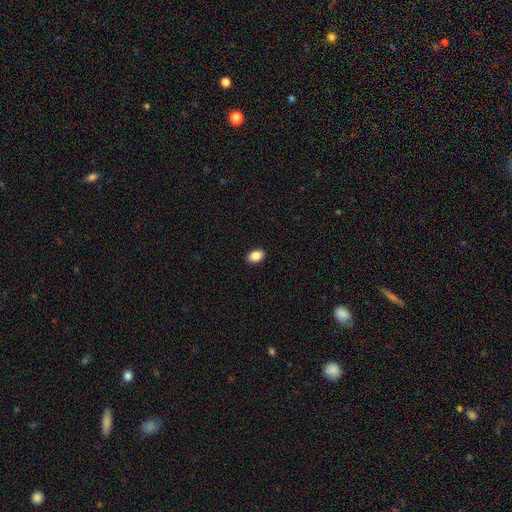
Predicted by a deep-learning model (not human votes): Smooth or featured: smooth — 87% (star or artifact — 8%)
How rounded: in between — 78% (round — 21%)
Merging: none — 91% (minor disturbance — 7%)